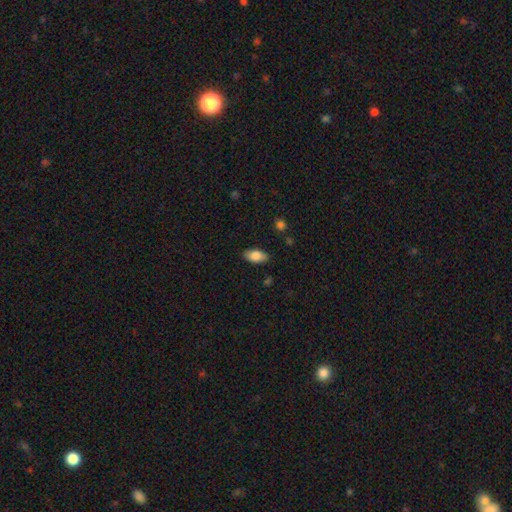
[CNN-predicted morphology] type=smooth (83%); roundness=in between (91%); merging=none (86%).